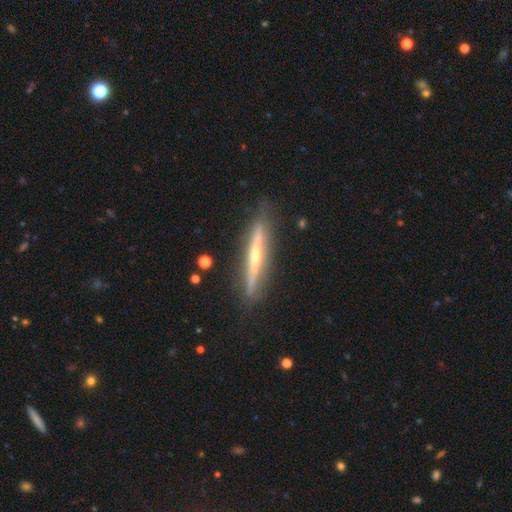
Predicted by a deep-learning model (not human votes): Morphology: type=featured or disk (73%); edge-on=yes (95%); edge-on bulge=rounded (72%); merging=none (84%).